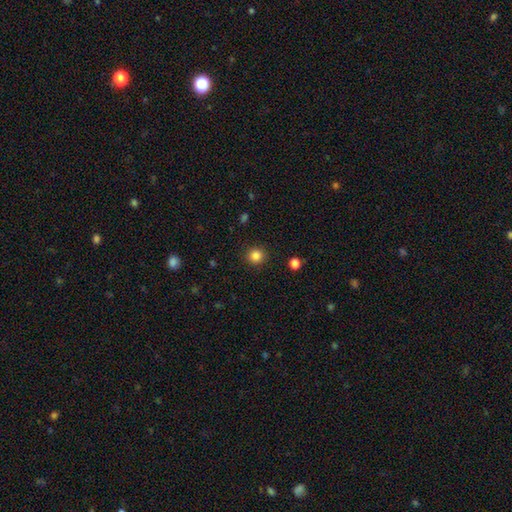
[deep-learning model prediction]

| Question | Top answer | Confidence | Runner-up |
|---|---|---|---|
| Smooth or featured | smooth | 84% | star or artifact (12%) |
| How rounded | round | 93% | in between (6%) |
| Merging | none | 91% | minor disturbance (6%) |